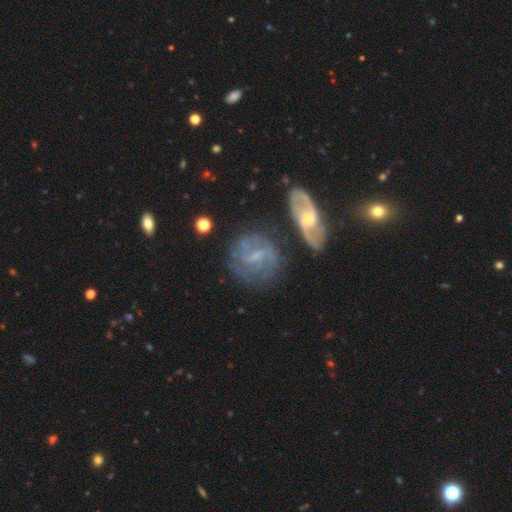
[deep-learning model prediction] The model was most divided on "spiral winding": medium: 43%, tight: 31%, loose: 26%. More confident: edge-on disk — no (95%); spiral arms — yes (84%); smooth or featured — featured or disk (73%); merging — none (63%); spiral arm count — 2 (58%); bar — weak (53%); bulge size — small (52%).